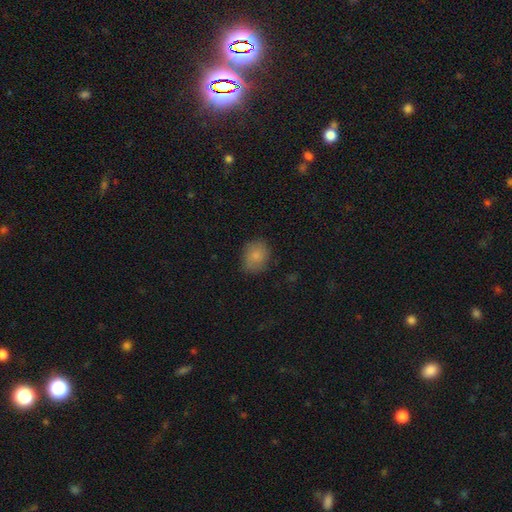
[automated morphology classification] Q: Smooth or featured?
A: smooth (83%); runner-up: featured or disk (8%)
Q: How rounded?
A: round (55%); runner-up: in between (44%)
Q: Merging?
A: none (79%); runner-up: minor disturbance (17%)